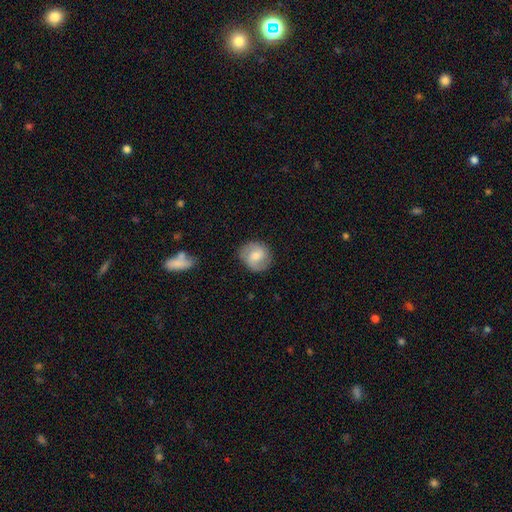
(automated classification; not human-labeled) A smooth galaxy with no disk features (48%).

Vote fractions:
- Smooth or featured? smooth: 48% / featured or disk: 45% / star or artifact: 7%
- Merging? none: 80% / minor disturbance: 14% / major disturbance: 4% / merger: 1%